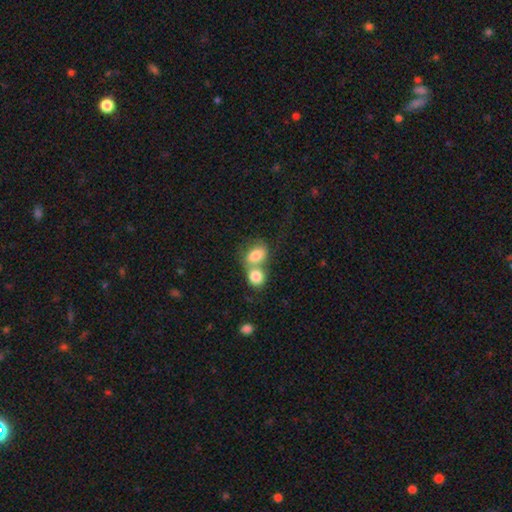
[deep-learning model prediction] A smooth galaxy with no disk features (81%) that is in between round and cigar-shaped (71%). Merging: merger (65%).